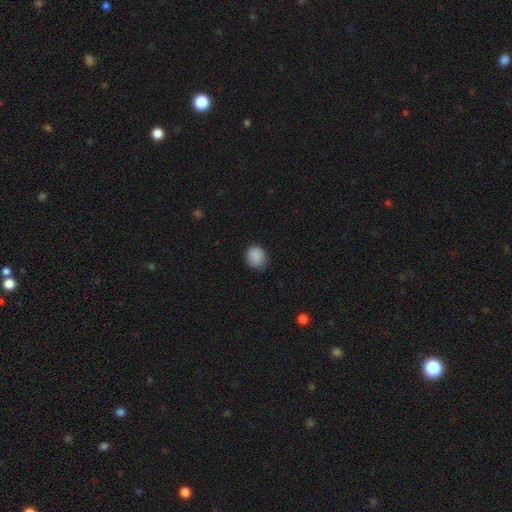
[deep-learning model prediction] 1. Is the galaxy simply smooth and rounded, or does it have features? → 88% smooth, 8% star or artifact, 4% featured or disk.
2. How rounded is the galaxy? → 66% round, 33% in between, 1% cigar-shaped.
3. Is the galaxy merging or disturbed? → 77% none, 19% minor disturbance, 4% major disturbance, 1% merger.